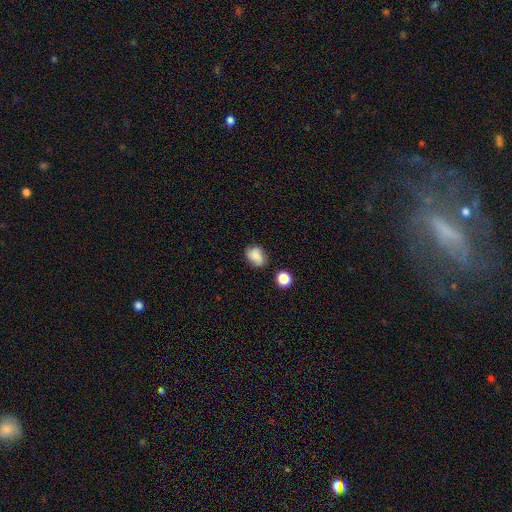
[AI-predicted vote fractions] The model was most divided on "how rounded": in between: 68%, round: 31%, cigar-shaped: 1%. More confident: smooth or featured — smooth (81%); merging — none (66%).